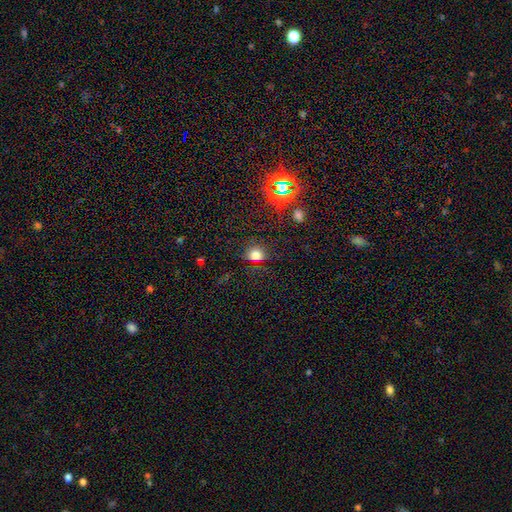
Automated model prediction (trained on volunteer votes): A smooth galaxy with no disk features (67%) that is round (72%).

Vote fractions:
- Smooth or featured? smooth: 67% / star or artifact: 26% / featured or disk: 8%
- How rounded? round: 72% / in between: 26% / cigar-shaped: 2%
- Merging? none: 76% / minor disturbance: 14% / major disturbance: 7% / merger: 3%